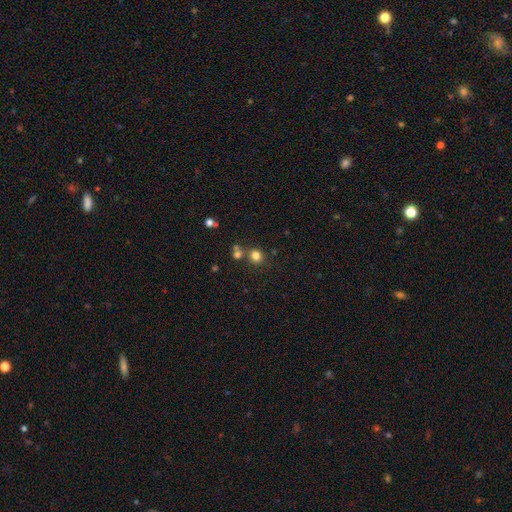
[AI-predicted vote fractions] smooth 79%, star or artifact 15%, featured or disk 6%. Down the decision tree: how rounded — round (87%); merging — none (70%).